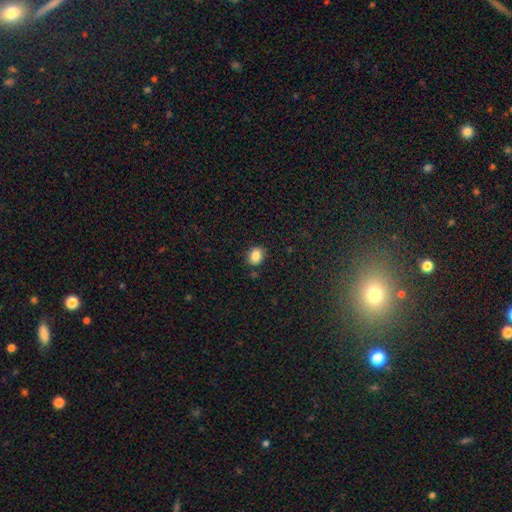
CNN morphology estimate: A smooth galaxy with no disk features (85%) that is round (50%). Merging: none (85%).